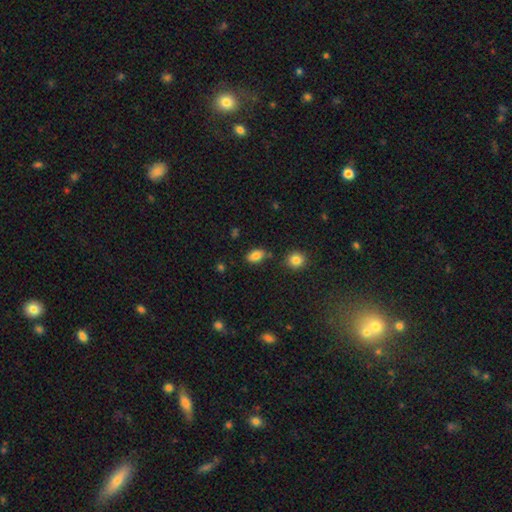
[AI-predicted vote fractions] Smooth or featured? smooth (83%)
How rounded? in between (88%)
Merging? none (76%)